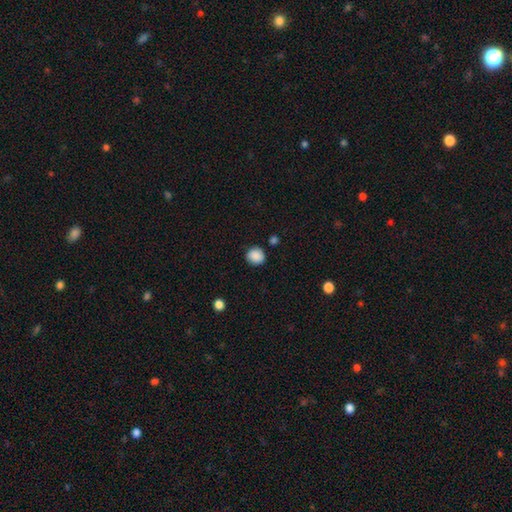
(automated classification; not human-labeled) The model was most divided on "how rounded": round: 88%, in between: 11%, cigar-shaped: 1%. More confident: smooth or featured — smooth (88%); merging — none (87%).